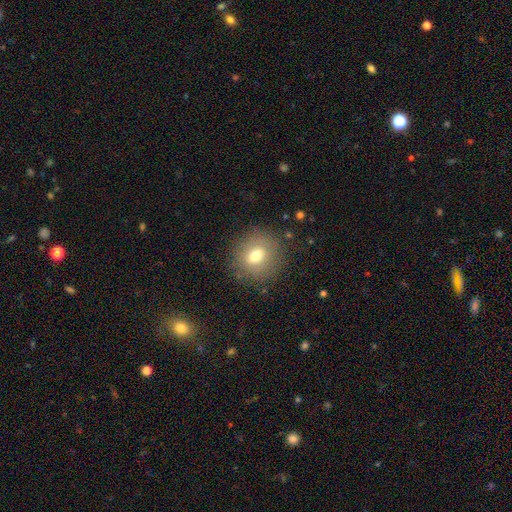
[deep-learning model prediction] A smooth galaxy with no disk features (70%) that is round (81%).

Vote fractions:
- Smooth or featured? smooth: 70% / featured or disk: 18% / star or artifact: 12%
- How rounded? round: 81% / in between: 18% / cigar-shaped: 1%
- Merging? none: 84% / minor disturbance: 10% / major disturbance: 4% / merger: 1%